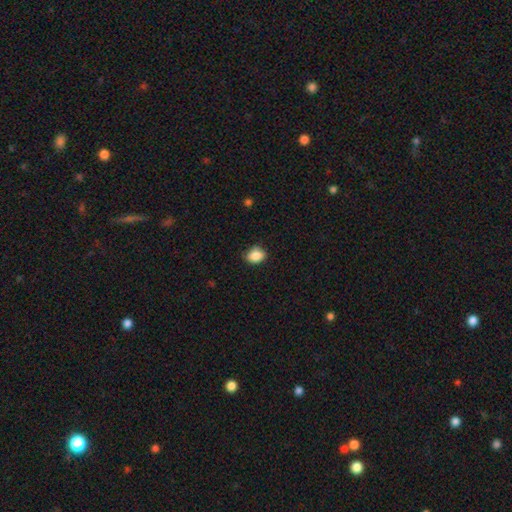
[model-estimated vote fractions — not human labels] Smooth or featured: smooth — 87% (star or artifact — 9%)
How rounded: in between — 66% (round — 33%)
Merging: none — 75% (minor disturbance — 20%)